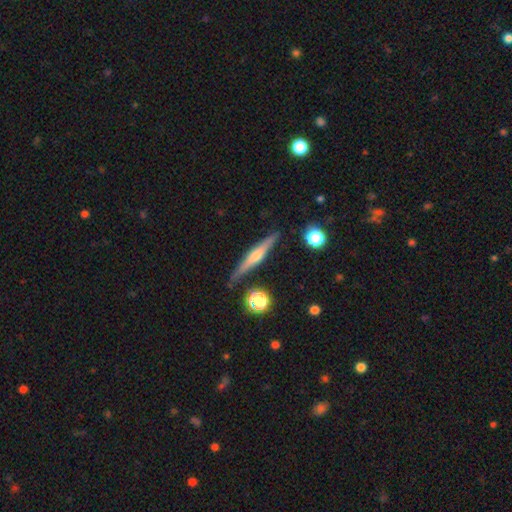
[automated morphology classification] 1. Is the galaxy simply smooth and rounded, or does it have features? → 66% featured or disk, 26% smooth, 7% star or artifact.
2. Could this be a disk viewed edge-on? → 97% yes, 3% no.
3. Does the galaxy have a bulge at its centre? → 78% rounded, 12% none, 10% boxy.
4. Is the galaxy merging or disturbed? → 86% none, 10% minor disturbance, 2% merger, 2% major disturbance.